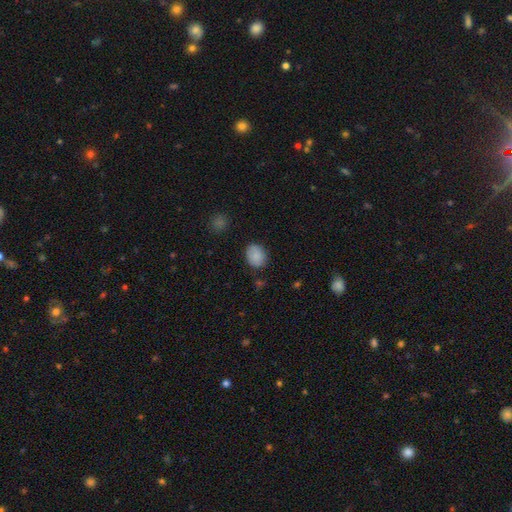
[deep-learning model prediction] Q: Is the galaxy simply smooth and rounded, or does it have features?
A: smooth — 87%.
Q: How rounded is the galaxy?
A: in between — 57%.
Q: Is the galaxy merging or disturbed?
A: none — 81%.